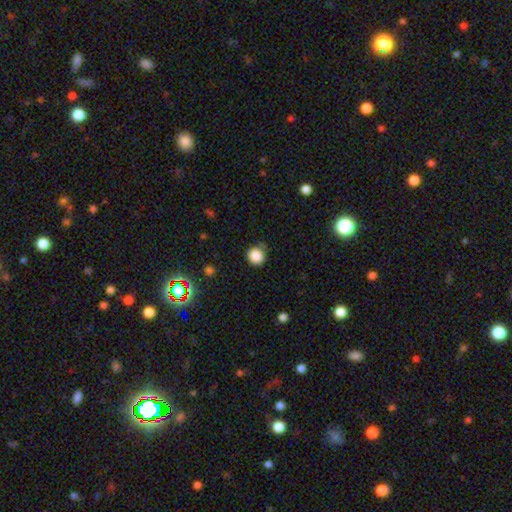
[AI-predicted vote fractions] smooth-or-featured: smooth: 86% | star or artifact: 11% | featured or disk: 4%
  how-rounded: round: 92% | in between: 7% | cigar-shaped: 1%
  merging: none: 78% | minor disturbance: 16% | major disturbance: 4% | merger: 2%